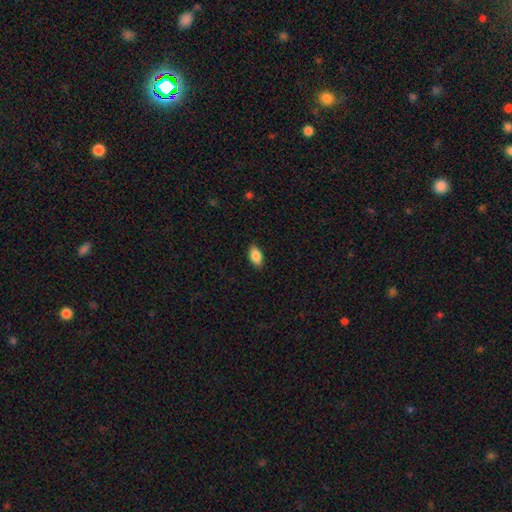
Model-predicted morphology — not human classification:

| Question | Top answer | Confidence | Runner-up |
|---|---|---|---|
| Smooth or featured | smooth | 86% | star or artifact (7%) |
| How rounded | in between | 91% | round (5%) |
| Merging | none | 87% | minor disturbance (10%) |